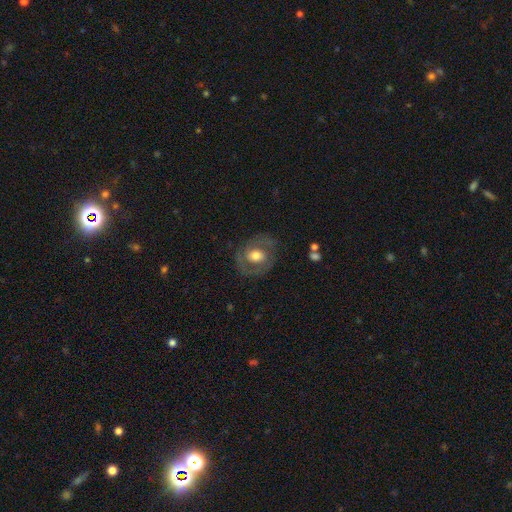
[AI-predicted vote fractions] Morphology: type=featured or disk (55%); edge-on=no (96%); bar=no (63%); spiral arms=yes (55%); bulge=moderate (63%); merging=none (75%).